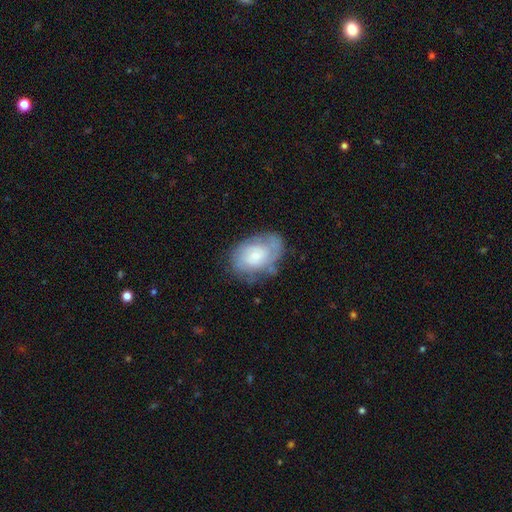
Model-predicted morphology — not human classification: Smooth or featured? Predicted: featured or disk (p=0.59). Edge-on disk? Predicted: no (p=0.96). Bar? Predicted: no (p=0.75). Spiral arms? Predicted: yes (p=0.78). Bulge size? Predicted: small (p=0.64). Merging? Predicted: none (p=0.64).